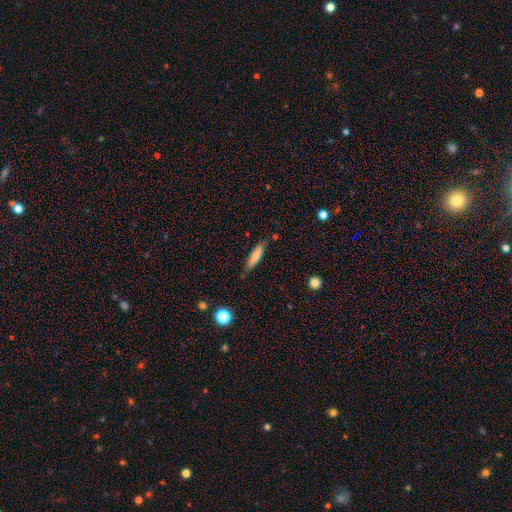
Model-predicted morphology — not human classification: smooth-or-featured: smooth: 75% | featured or disk: 18% | star or artifact: 7%
  how-rounded: cigar-shaped: 78% | in between: 20% | round: 2%
  merging: none: 78% | minor disturbance: 16% | major disturbance: 3% | merger: 2%